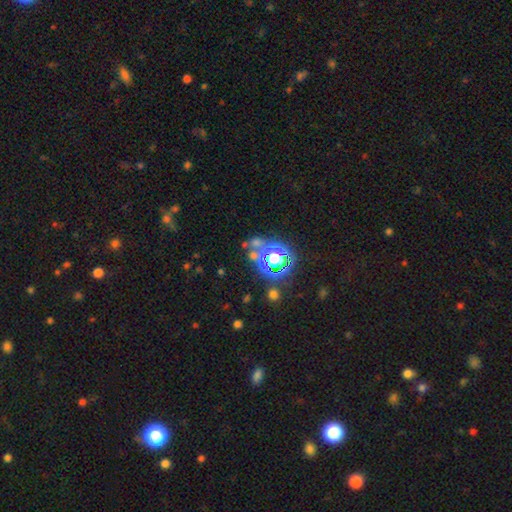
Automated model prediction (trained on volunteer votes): This is likely a star or artifact rather than a galaxy (71%).